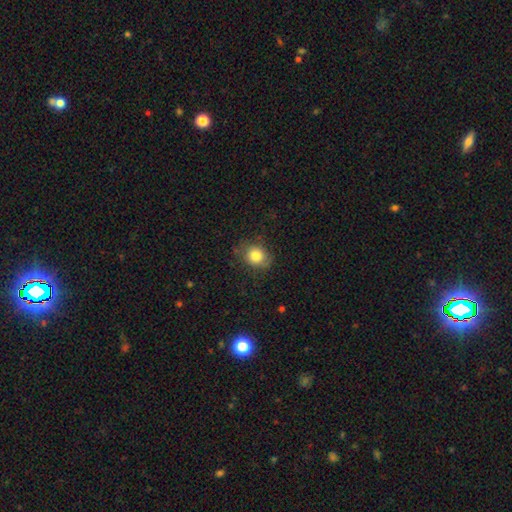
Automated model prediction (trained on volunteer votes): Smooth or featured: smooth — 82% (star or artifact — 10%)
How rounded: round — 70% (in between — 29%)
Merging: none — 75% (minor disturbance — 18%)